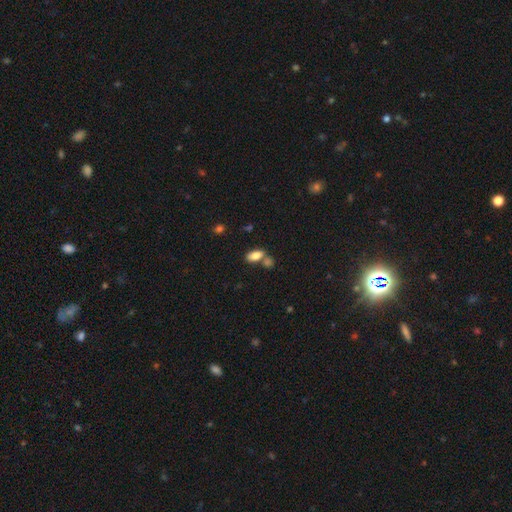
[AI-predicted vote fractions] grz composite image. It shows a smooth galaxy with no disk features (81%) that is in between round and cigar-shaped (89%). Merging: none (50%).